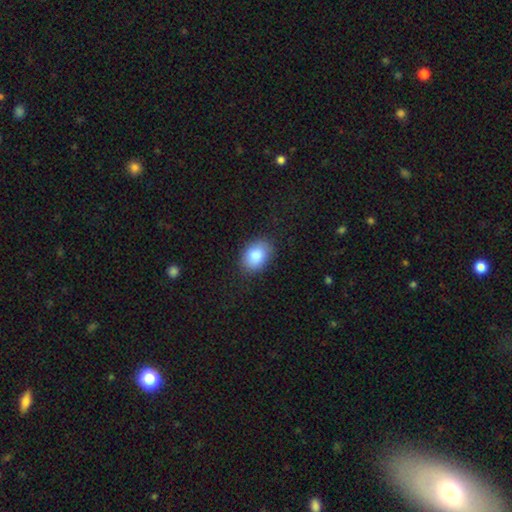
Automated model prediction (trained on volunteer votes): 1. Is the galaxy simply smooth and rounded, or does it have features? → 87% smooth, 7% star or artifact, 6% featured or disk.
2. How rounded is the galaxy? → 79% in between, 20% round, 1% cigar-shaped.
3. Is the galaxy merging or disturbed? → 82% none, 14% minor disturbance, 4% major disturbance, 1% merger.